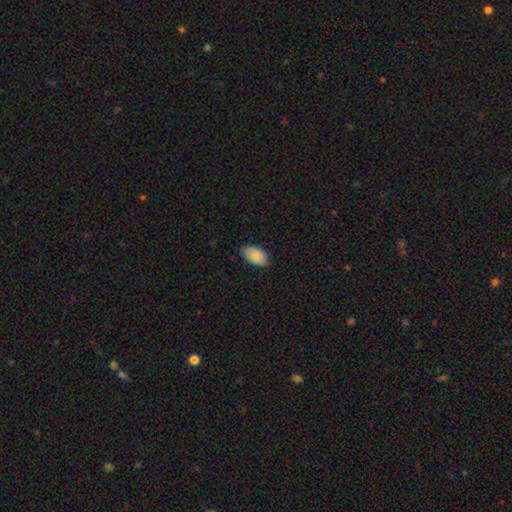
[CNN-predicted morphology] smooth 87%, featured or disk 7%, star or artifact 6%. Down the decision tree: how rounded — in between (95%); merging — none (81%).